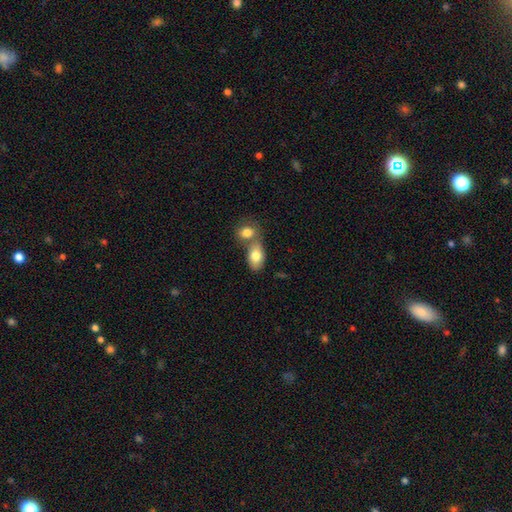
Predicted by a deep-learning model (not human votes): A smooth galaxy with no disk features (79%) that is in between round and cigar-shaped (87%).

Vote fractions:
- Smooth or featured? smooth: 79% / featured or disk: 14% / star or artifact: 7%
- How rounded? in between: 87% / round: 11% / cigar-shaped: 2%
- Merging? merger: 53% / none: 35% / minor disturbance: 9% / major disturbance: 3%